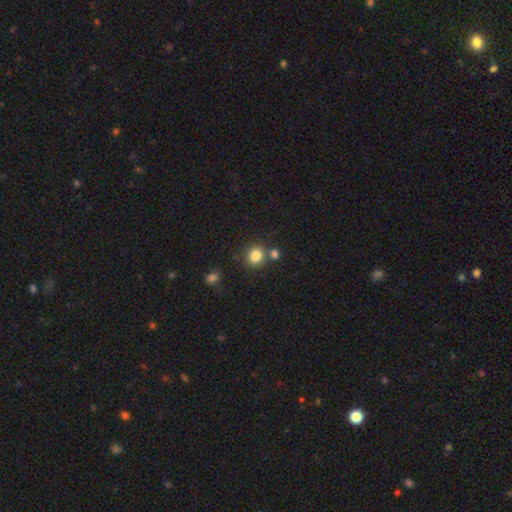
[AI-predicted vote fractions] This is clearly a smooth galaxy (82%). How rounded: likely round (70%). Merging: likely none (68%).